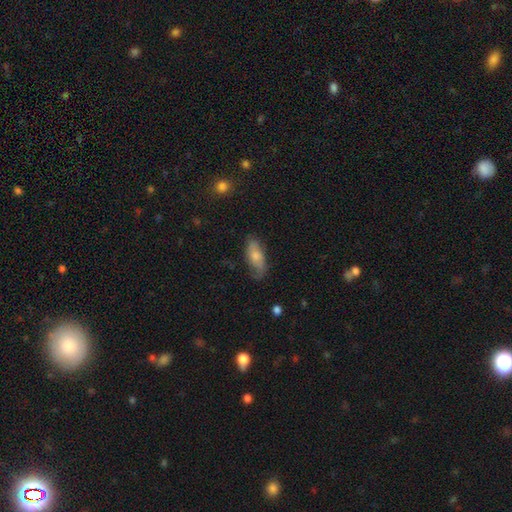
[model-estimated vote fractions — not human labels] Smooth or featured? Predicted: smooth (p=0.62). How rounded? Predicted: in between (p=0.82). Merging? Predicted: none (p=0.65).